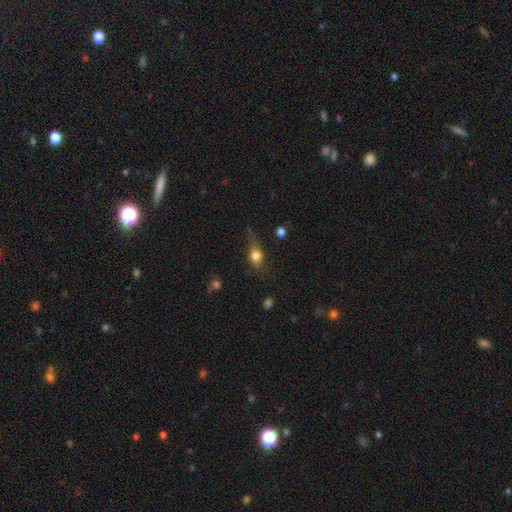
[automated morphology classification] Overall: smooth (76%). How rounded: in between (60%; round 33%). Merging: none (47%; minor disturbance 32%).